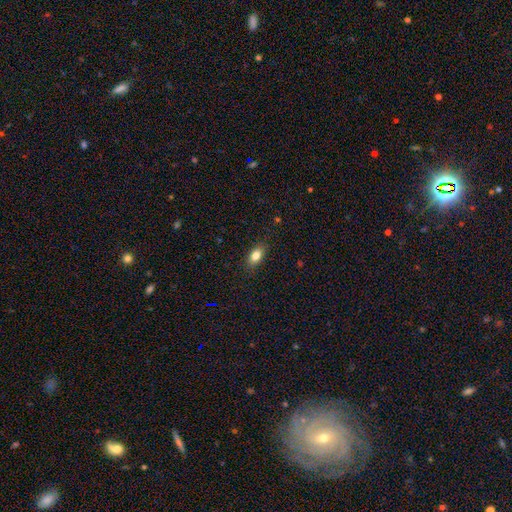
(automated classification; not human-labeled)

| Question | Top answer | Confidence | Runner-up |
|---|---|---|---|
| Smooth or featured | smooth | 82% | featured or disk (9%) |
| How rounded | in between | 87% | round (8%) |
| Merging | none | 86% | minor disturbance (10%) |